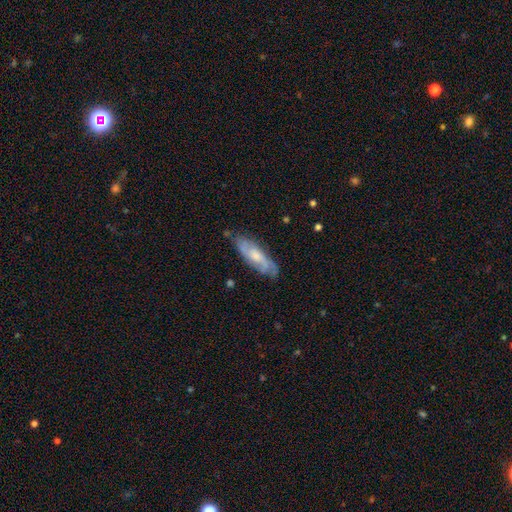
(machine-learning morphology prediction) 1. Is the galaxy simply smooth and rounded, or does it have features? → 61% featured or disk, 33% smooth, 6% star or artifact.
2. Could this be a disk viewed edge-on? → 76% no, 24% yes.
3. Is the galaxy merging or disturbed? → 74% none, 19% minor disturbance, 5% major disturbance, 2% merger.